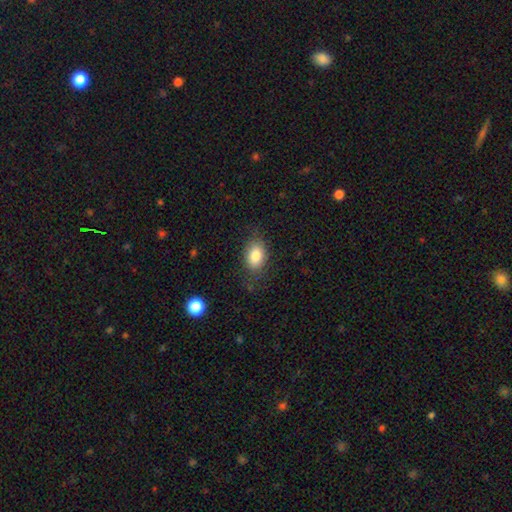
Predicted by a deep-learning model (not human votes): Smooth or featured?
  - smooth: 83% *
  - star or artifact: 9%
  - featured or disk: 8%
How rounded?
  - in between: 82% *
  - round: 17%
  - cigar-shaped: 1%
Merging?
  - none: 78% *
  - minor disturbance: 16%
  - major disturbance: 5%
  - merger: 1%